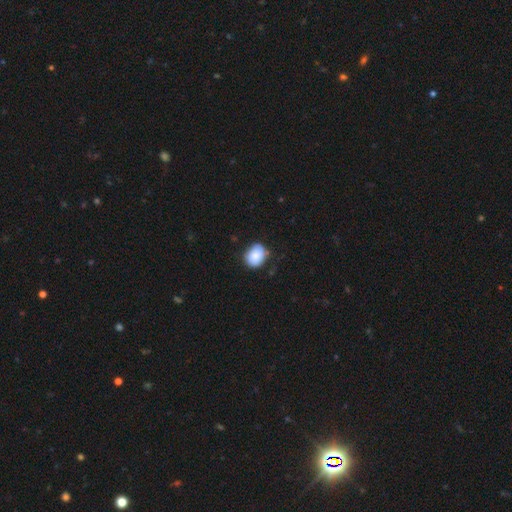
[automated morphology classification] The model was most divided on "how rounded": round: 52%, in between: 47%, cigar-shaped: 1%. More confident: smooth or featured — smooth (86%); merging — none (71%).